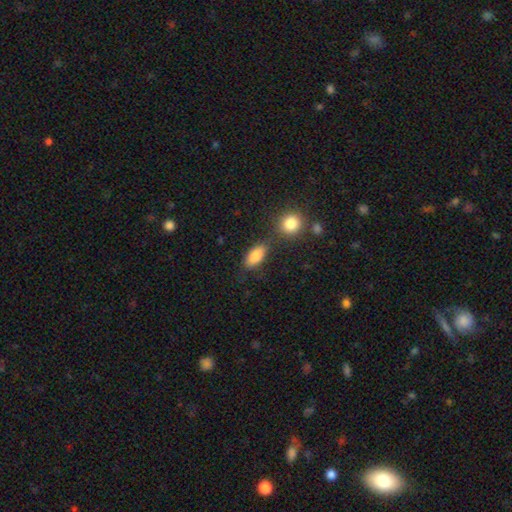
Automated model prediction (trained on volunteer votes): This appears to be a smooth galaxy with no disk features (84%) that is in between round and cigar-shaped (86%). Merging: none (68%).